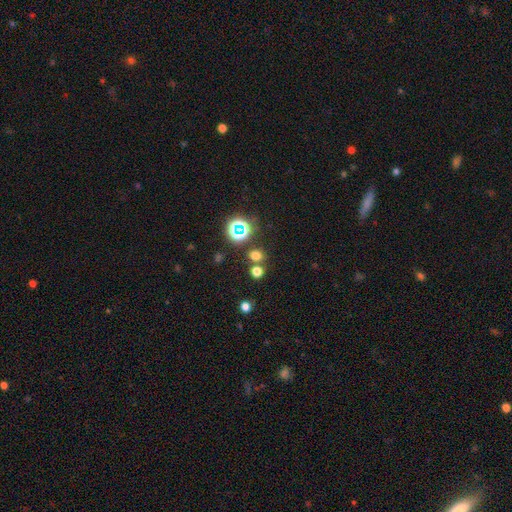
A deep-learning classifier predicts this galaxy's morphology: type=smooth (65%); roundness=round (80%); merging=none (71%).